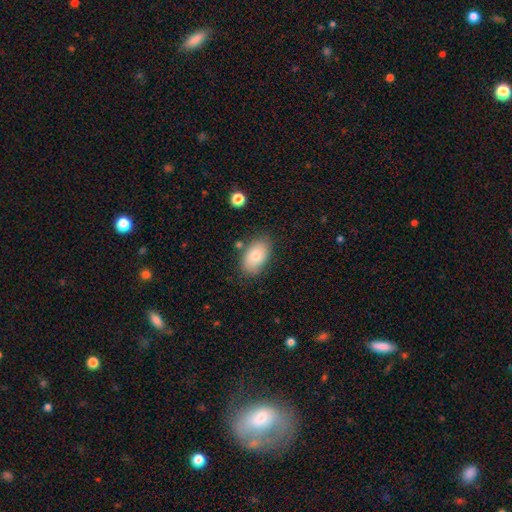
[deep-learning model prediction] This is likely a smooth galaxy (75%). How rounded: clearly in between (91%). Merging: likely none (76%).